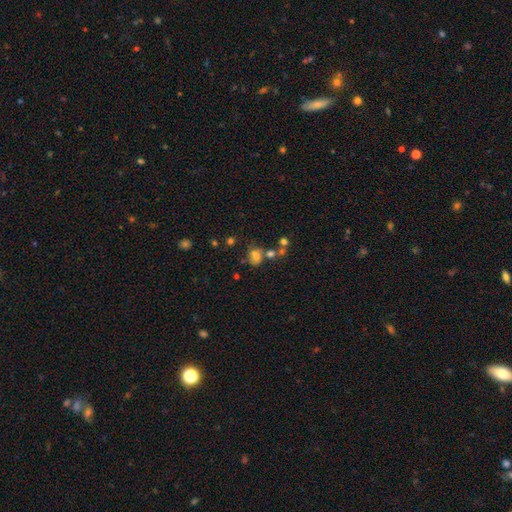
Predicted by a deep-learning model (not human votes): Smooth or featured? smooth (69%)
How rounded? in between (54%)
Merging? none (50%)